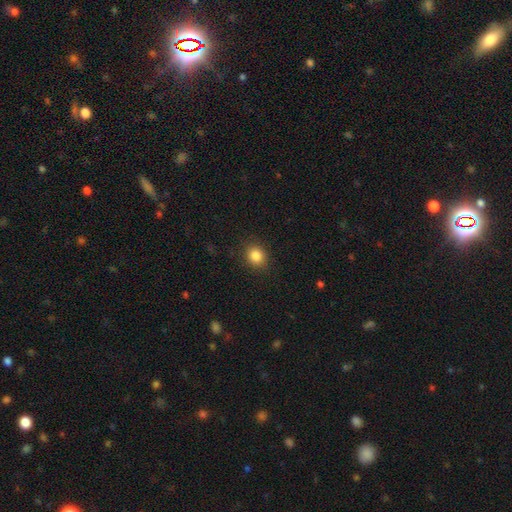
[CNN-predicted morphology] Q: Smooth or featured?
A: smooth (85%); runner-up: star or artifact (10%)
Q: How rounded?
A: round (72%); runner-up: in between (27%)
Q: Merging?
A: none (89%); runner-up: minor disturbance (8%)